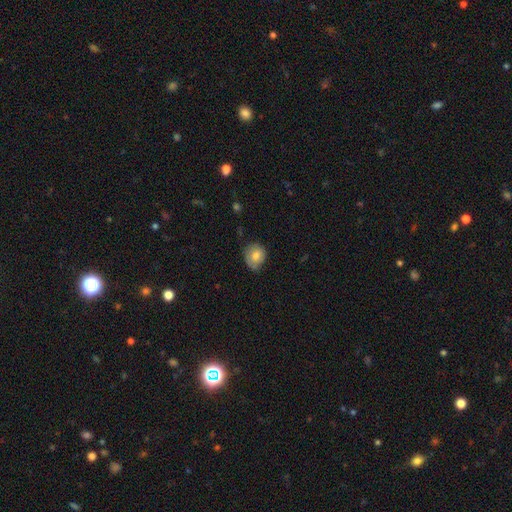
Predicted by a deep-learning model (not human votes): smooth 74%, featured or disk 18%, star or artifact 8%. Down the decision tree: how rounded — round (63%); merging — none (58%).